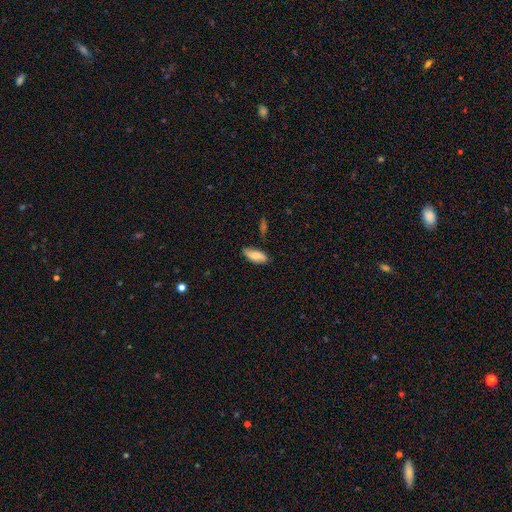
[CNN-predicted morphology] smooth_or_featured: smooth (p=0.77) [alt: featured or disk p=0.16]
how_rounded: in between (p=0.81) [alt: cigar-shaped p=0.17]
merging: none (p=0.78) [alt: minor disturbance p=0.16]